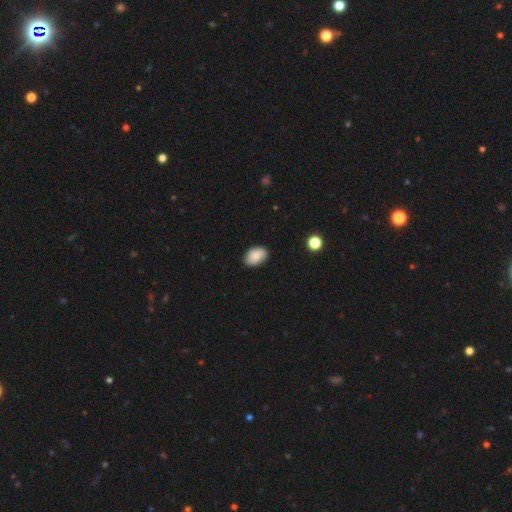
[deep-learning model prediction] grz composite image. It shows a smooth galaxy with no disk features (82%) that is in between round and cigar-shaped (87%). Merging: none (83%).